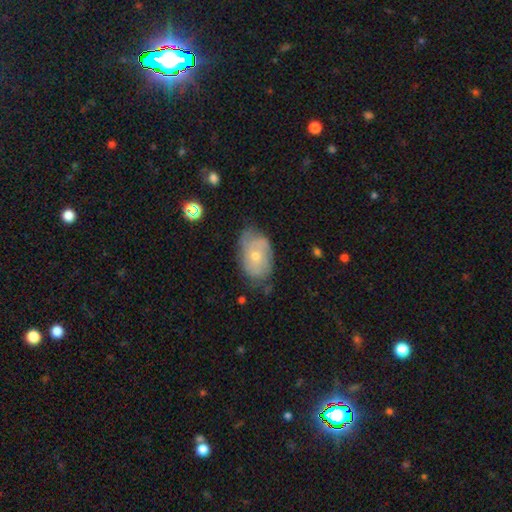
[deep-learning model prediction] A featured or disk galaxy (49%).

Vote fractions:
- Smooth or featured? featured or disk: 49% / smooth: 44% / star or artifact: 7%
- Merging? none: 60% / minor disturbance: 30% / major disturbance: 8% / merger: 2%